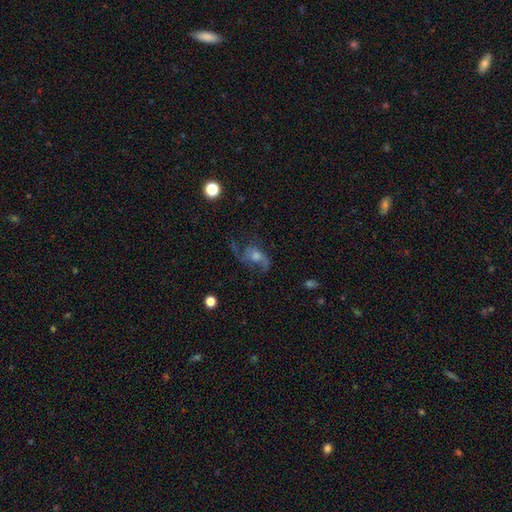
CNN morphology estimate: A featured or disk galaxy (76%) with no bar (66%), 2 (71%) loose (59%) spiral arms (92%) and a moderate central bulge (54%). Merging: none (59%).